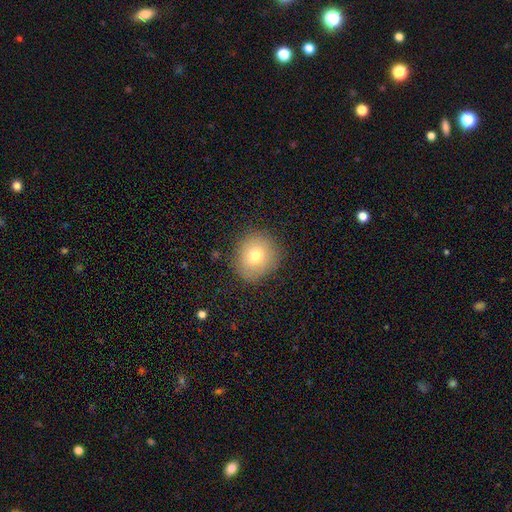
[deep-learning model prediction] Overall: smooth (73%). How rounded: round (85%). Merging: none (85%).